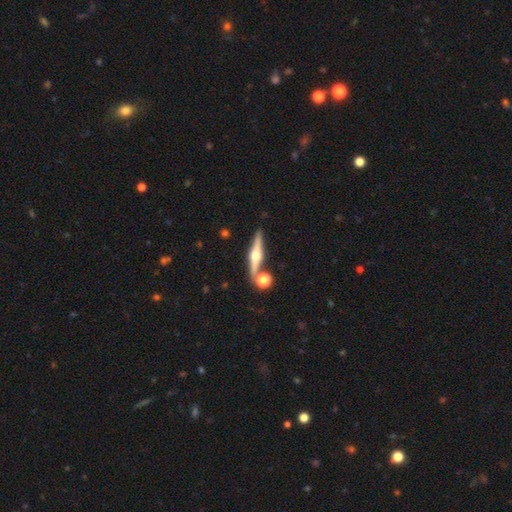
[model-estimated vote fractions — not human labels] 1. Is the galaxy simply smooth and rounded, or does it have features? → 76% featured or disk, 17% smooth, 6% star or artifact.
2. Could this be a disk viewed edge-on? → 97% yes, 3% no.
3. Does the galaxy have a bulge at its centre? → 95% rounded, 3% boxy, 2% none.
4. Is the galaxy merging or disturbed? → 81% none, 9% merger, 7% minor disturbance, 2% major disturbance.